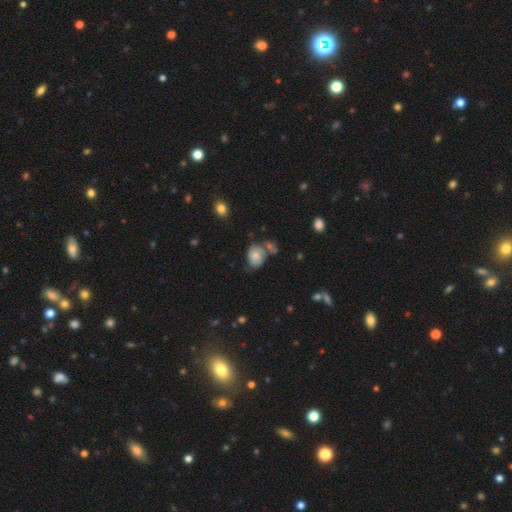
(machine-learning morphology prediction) Smooth or featured?
  - smooth: 66% *
  - featured or disk: 25%
  - star or artifact: 9%
How rounded?
  - in between: 60% *
  - round: 39%
  - cigar-shaped: 1%
Merging?
  - none: 41% *
  - minor disturbance: 26%
  - merger: 21%
  - major disturbance: 11%